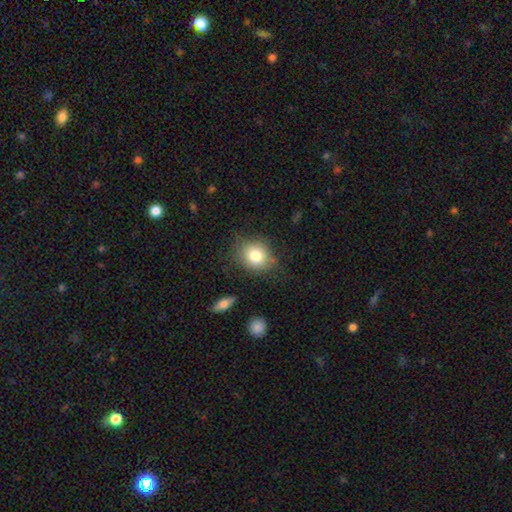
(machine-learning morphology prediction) Smooth or featured: smooth — 80% (star or artifact — 10%)
How rounded: round — 69% (in between — 30%)
Merging: none — 77% (minor disturbance — 15%)